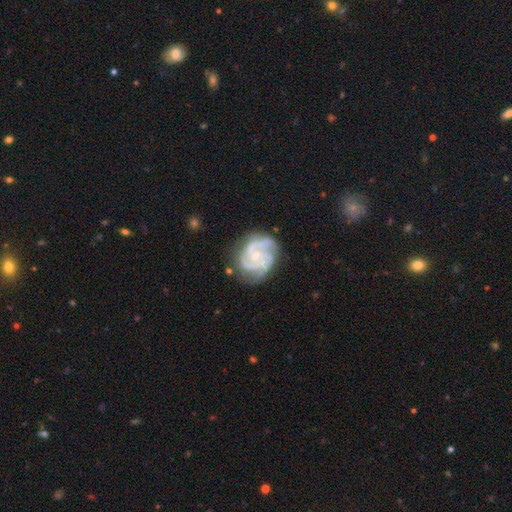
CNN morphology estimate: Overall: featured or disk (89%). Edge-on disk: no (98%). Bar: no (67%; weak 27%). Spiral arms: yes (98%). Spiral arm count: 3 (57%; 2 21%). Spiral winding: tight (54%; medium 40%). Bulge size: small (68%; moderate 28%). Merging: none (69%).